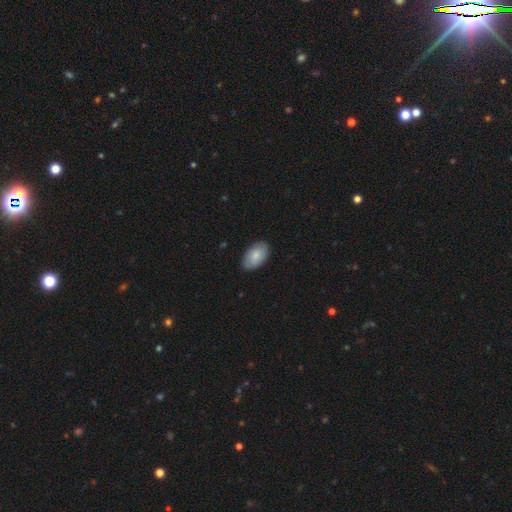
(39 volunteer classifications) This is likely a smooth galaxy (79%). How rounded: clearly in between (97%). Merging: clearly none (89%).